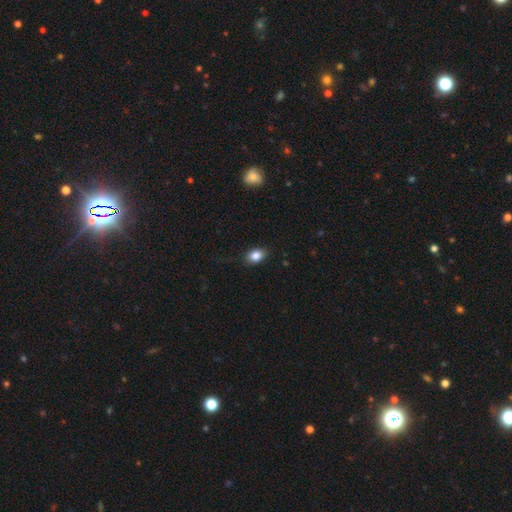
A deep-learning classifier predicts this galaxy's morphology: Smooth or featured?
  - smooth: 85% *
  - star or artifact: 9%
  - featured or disk: 7%
How rounded?
  - in between: 80% *
  - round: 19%
  - cigar-shaped: 2%
Merging?
  - none: 85% *
  - minor disturbance: 12%
  - major disturbance: 3%
  - merger: 1%